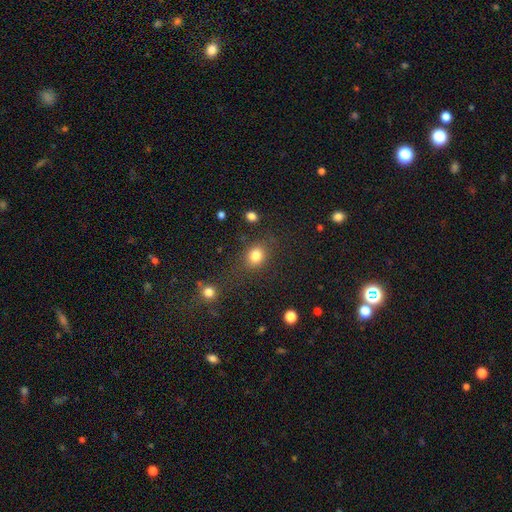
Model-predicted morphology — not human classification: Smooth or featured? smooth (82%)
How rounded? round (62%)
Merging? none (75%)